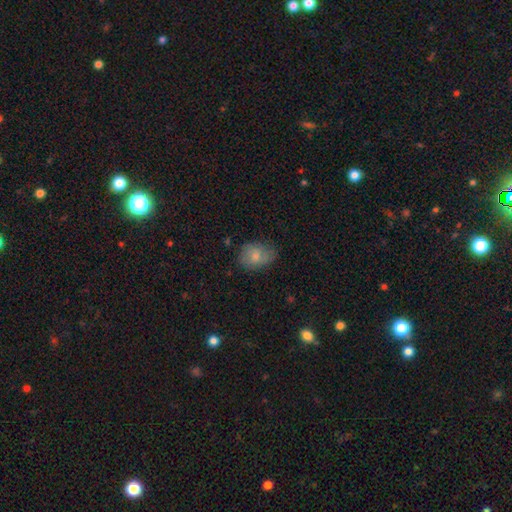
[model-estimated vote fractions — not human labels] Overall: smooth (71%). How rounded: in between (65%; round 34%). Merging: none (60%; minor disturbance 30%).